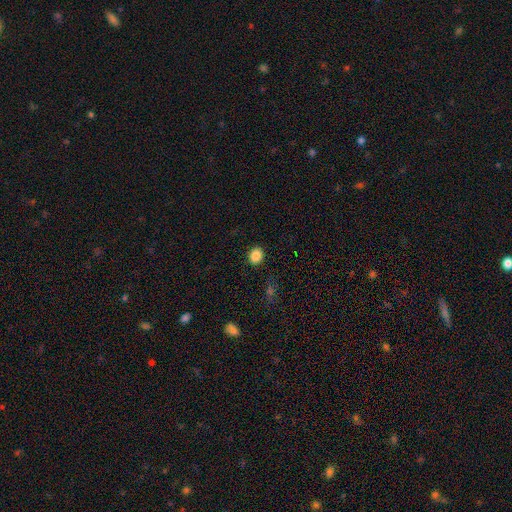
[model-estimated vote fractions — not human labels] smooth 86%, star or artifact 10%, featured or disk 4%. Down the decision tree: how rounded — round (61%); merging — none (89%).